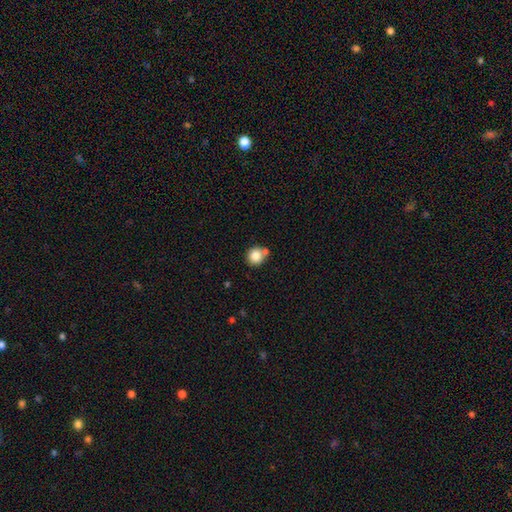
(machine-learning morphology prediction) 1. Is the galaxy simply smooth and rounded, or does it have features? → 83% smooth, 10% star or artifact, 7% featured or disk.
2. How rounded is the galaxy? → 89% round, 10% in between, 1% cigar-shaped.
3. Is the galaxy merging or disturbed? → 63% none, 23% merger, 12% minor disturbance, 3% major disturbance.